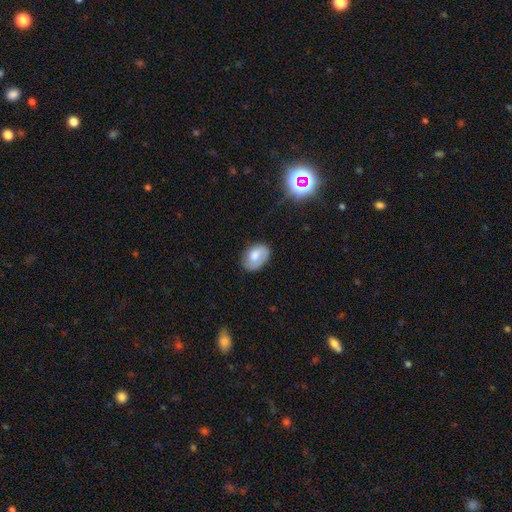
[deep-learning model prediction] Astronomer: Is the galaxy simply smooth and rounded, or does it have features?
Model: smooth — 76%.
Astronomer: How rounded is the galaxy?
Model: in between — 85%.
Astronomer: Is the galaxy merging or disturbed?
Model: none — 71%.